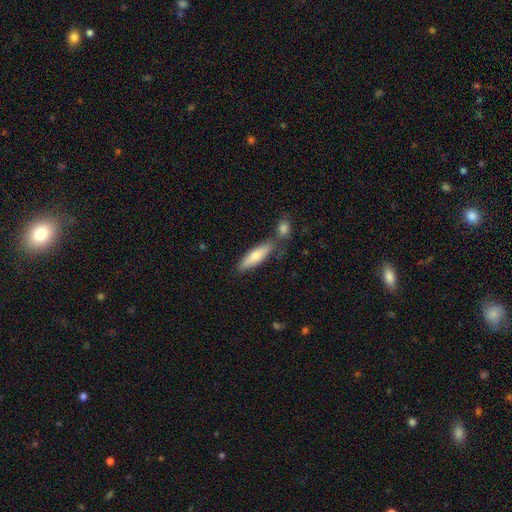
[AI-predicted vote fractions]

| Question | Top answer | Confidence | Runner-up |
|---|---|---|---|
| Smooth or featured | smooth | 73% | featured or disk (22%) |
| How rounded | cigar-shaped | 61% | in between (37%) |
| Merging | none | 63% | merger (19%) |